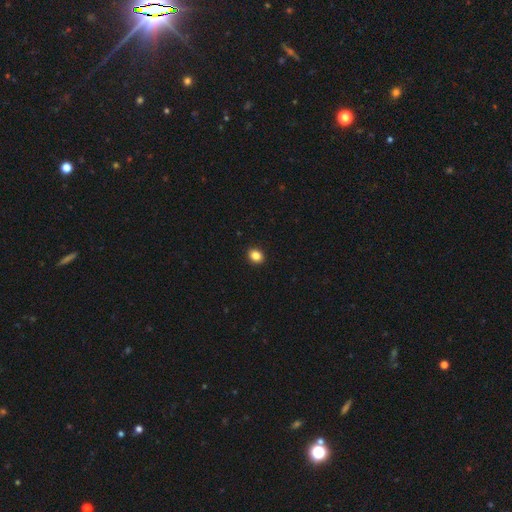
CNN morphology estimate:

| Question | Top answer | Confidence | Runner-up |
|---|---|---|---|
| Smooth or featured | smooth | 86% | star or artifact (10%) |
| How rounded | round | 55% | in between (44%) |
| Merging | none | 92% | minor disturbance (5%) |